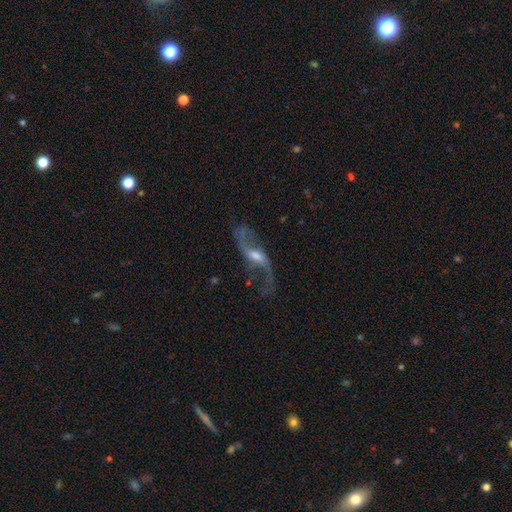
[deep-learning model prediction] featured or disk 88%, smooth 6%, star or artifact 6%. Down the decision tree: edge-on disk — no (92%); bar — weak (48%); spiral arms — yes (95%); spiral arm count — 2 (93%); spiral winding — loose (88%); bulge size — moderate (55%); merging — none (66%).